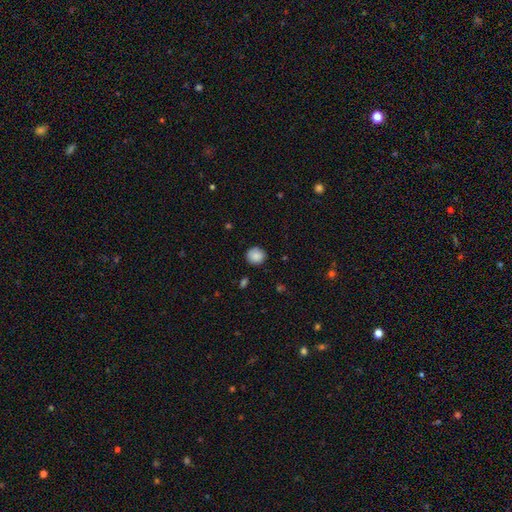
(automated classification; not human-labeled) smooth 88%, star or artifact 8%, featured or disk 4%. Down the decision tree: how rounded — round (90%); merging — none (88%).